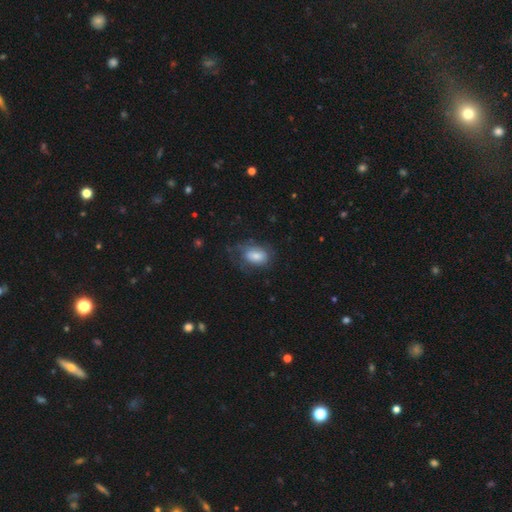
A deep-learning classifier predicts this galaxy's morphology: Smooth or featured? Predicted: smooth (p=0.66). How rounded? Predicted: in between (p=0.86). Merging? Predicted: none (p=0.48).